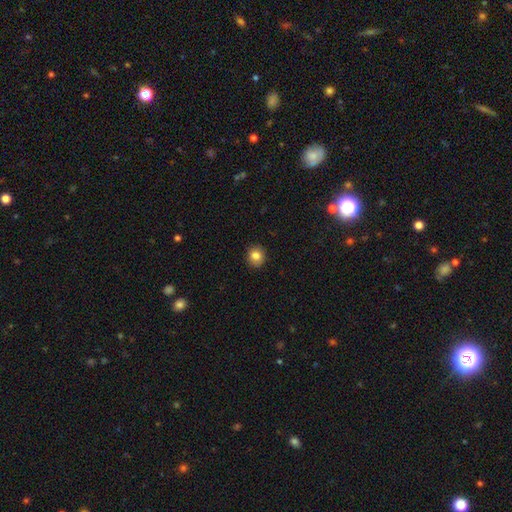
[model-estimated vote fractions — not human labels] smooth-or-featured: smooth: 83% | star or artifact: 10% | featured or disk: 7%
  how-rounded: round: 85% | in between: 14% | cigar-shaped: 1%
  merging: none: 91% | minor disturbance: 7% | major disturbance: 2% | merger: 1%